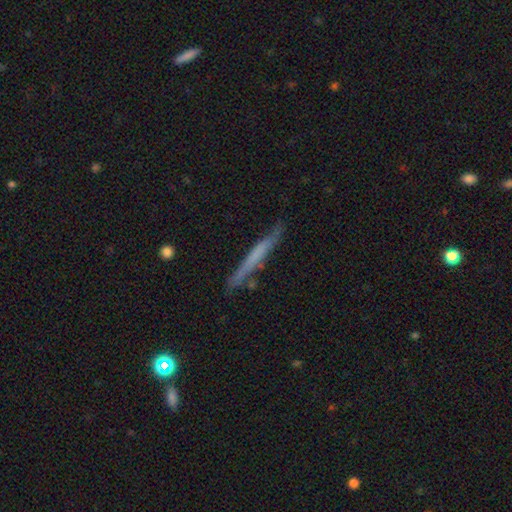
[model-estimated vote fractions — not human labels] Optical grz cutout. It shows a smooth galaxy with no disk features (47%). Merging: none (81%).